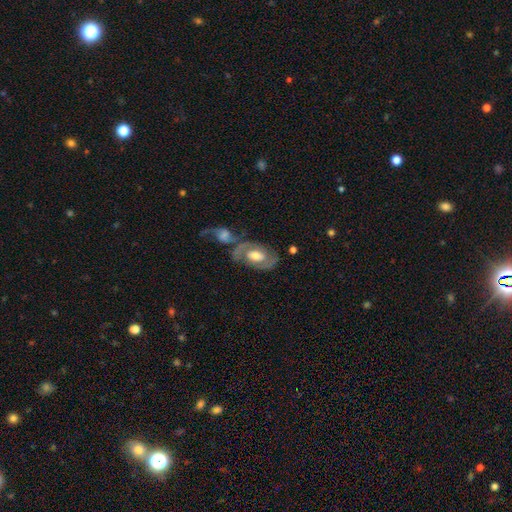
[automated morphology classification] A featured or disk galaxy (70%) with no bar (54%), 2 (81%) medium (45%) spiral arms (79%) and a moderate central bulge (60%).

Vote fractions:
- Smooth or featured? featured or disk: 70% / smooth: 24% / star or artifact: 6%
- Edge-on disk? no: 94% / yes: 6%
- Bar? no: 54% / weak: 34% / strong: 12%
- Spiral arms? yes: 79% / no: 21%
- Spiral winding? medium: 45% / tight: 34% / loose: 21%
- Spiral arm count? 2: 81% / can't tell: 11% / 1: 5% / 3: 2% / 4: 1% / more than 4: 1%
- Bulge size? moderate: 60% / large: 25% / small: 11% / none: 2% / dominant: 2%
- Merging? none: 53% / merger: 20% / minor disturbance: 16% / major disturbance: 11%